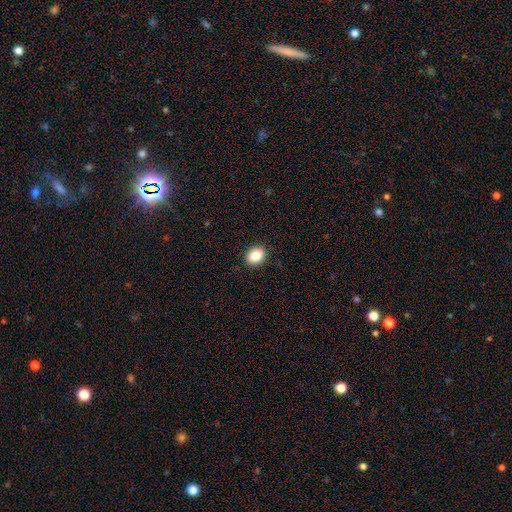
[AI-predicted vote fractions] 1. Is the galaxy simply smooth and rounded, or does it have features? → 86% smooth, 9% star or artifact, 5% featured or disk.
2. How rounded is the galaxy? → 51% round, 48% in between, 1% cigar-shaped.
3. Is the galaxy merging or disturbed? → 90% none, 7% minor disturbance, 2% major disturbance, 1% merger.